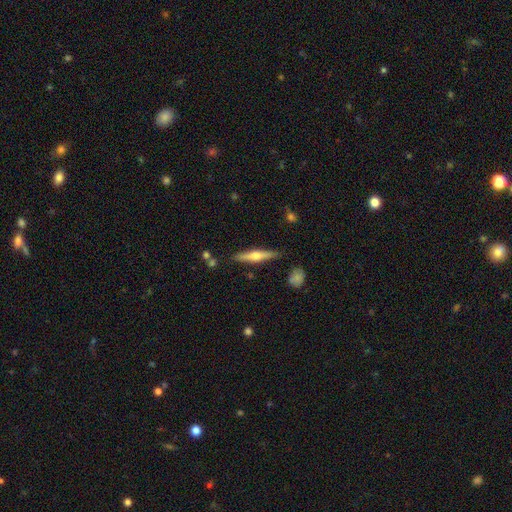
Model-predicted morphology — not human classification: Smooth or featured: featured or disk — 62% (smooth — 32%)
Edge-on disk: yes — 97% (no — 3%)
Edge-on bulge: rounded — 91% (boxy — 5%)
Merging: none — 87% (minor disturbance — 9%)